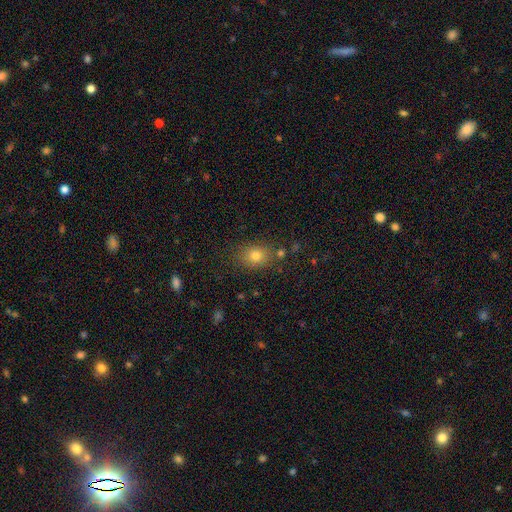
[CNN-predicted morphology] The model was most divided on "how rounded": in between: 56%, round: 43%, cigar-shaped: 1%. More confident: merging — none (80%); smooth or featured — smooth (76%).